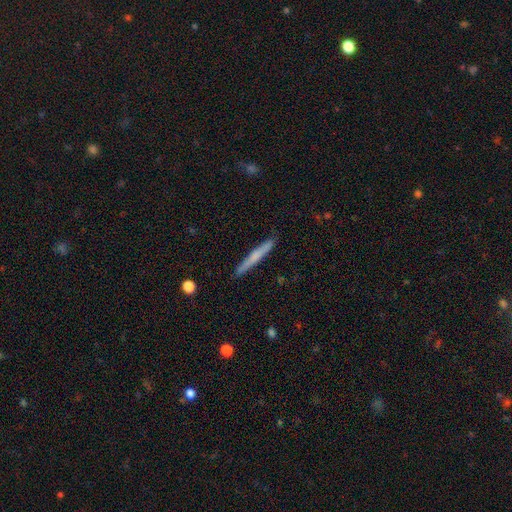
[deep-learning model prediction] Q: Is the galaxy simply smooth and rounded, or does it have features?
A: smooth — 55%.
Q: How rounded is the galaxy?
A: cigar-shaped — 96%.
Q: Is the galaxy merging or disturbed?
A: none — 89%.